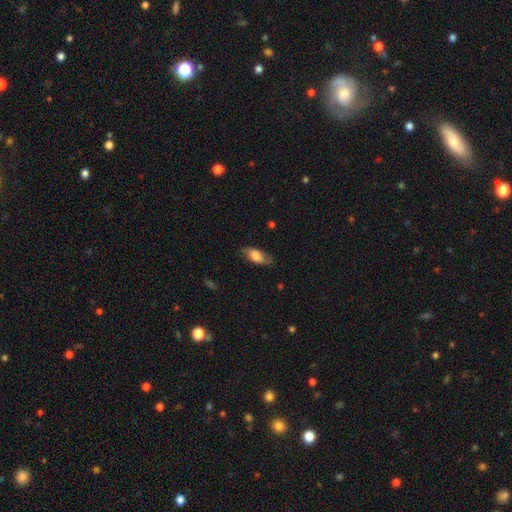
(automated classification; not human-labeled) smooth 61%, featured or disk 32%, star or artifact 7%. Down the decision tree: how rounded — in between (82%); merging — none (76%).